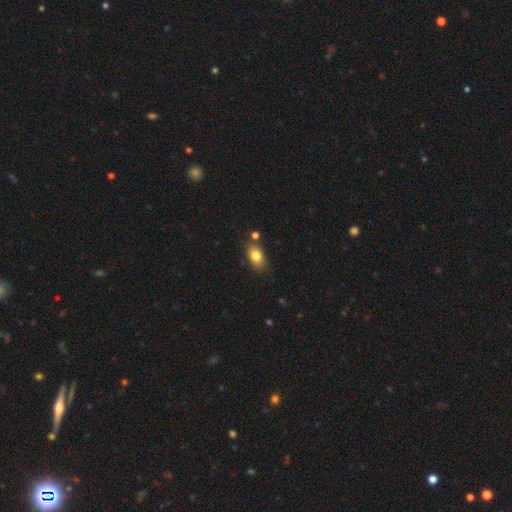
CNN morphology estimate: smooth-or-featured: smooth: 81% | featured or disk: 10% | star or artifact: 9%
  how-rounded: in between: 84% | round: 13% | cigar-shaped: 3%
  merging: none: 75% | minor disturbance: 14% | merger: 8% | major disturbance: 3%